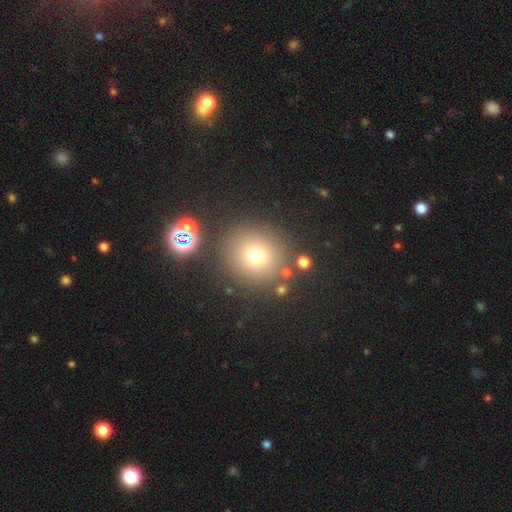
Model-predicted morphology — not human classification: smooth_or_featured: smooth (p=0.69) [alt: star or artifact p=0.21]
how_rounded: round (p=0.91) [alt: in between p=0.08]
merging: none (p=0.84) [alt: minor disturbance p=0.08]